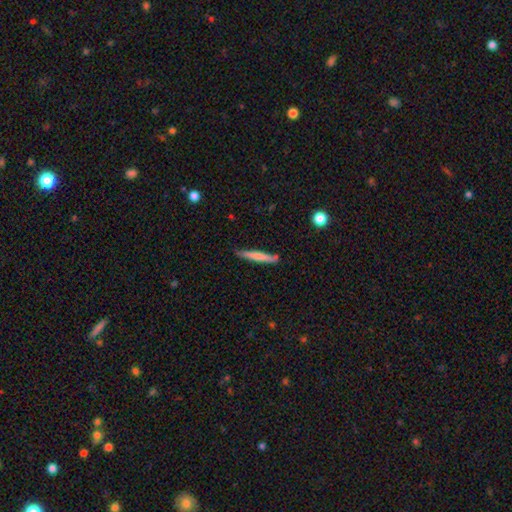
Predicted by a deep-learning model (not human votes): Smooth or featured: smooth — 60% (featured or disk — 35%)
How rounded: cigar-shaped — 95% (in between — 4%)
Merging: none — 85% (minor disturbance — 11%)